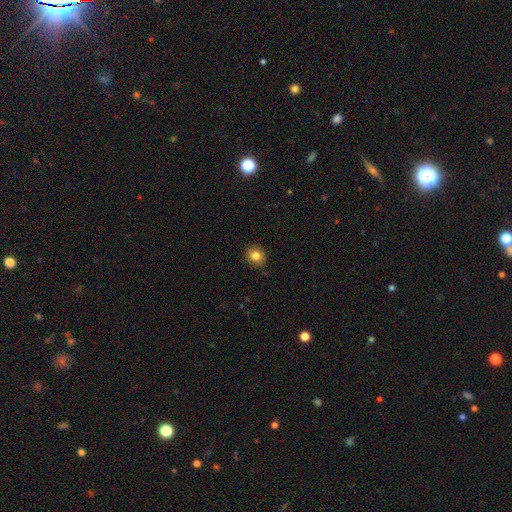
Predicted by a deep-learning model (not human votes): smooth_or_featured: smooth (p=0.82) [alt: star or artifact p=0.11]
how_rounded: round (p=0.83) [alt: in between p=0.17]
merging: none (p=0.87) [alt: minor disturbance p=0.09]